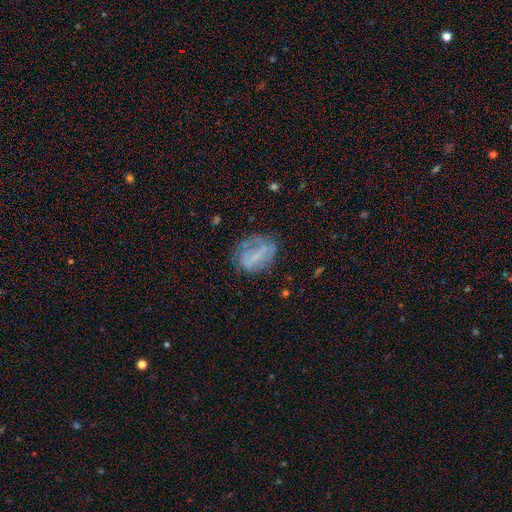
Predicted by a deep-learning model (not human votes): Q: Smooth or featured?
A: featured or disk (49%); runner-up: smooth (39%)
Q: Merging?
A: none (55%); runner-up: minor disturbance (24%)